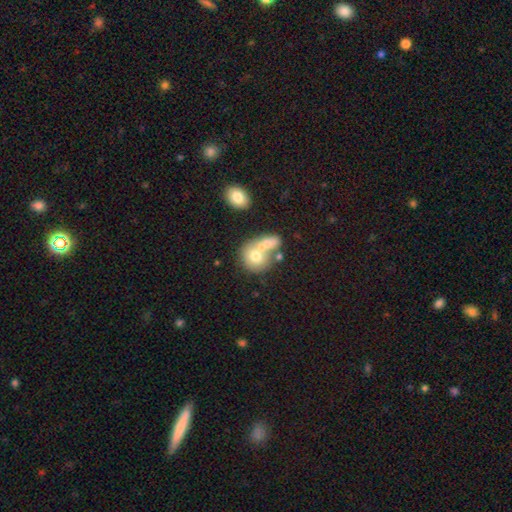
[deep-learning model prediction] smooth_or_featured: smooth (p=0.65) [alt: featured or disk p=0.26]
how_rounded: round (p=0.71) [alt: in between p=0.28]
merging: merger (p=0.59) [alt: none p=0.26]